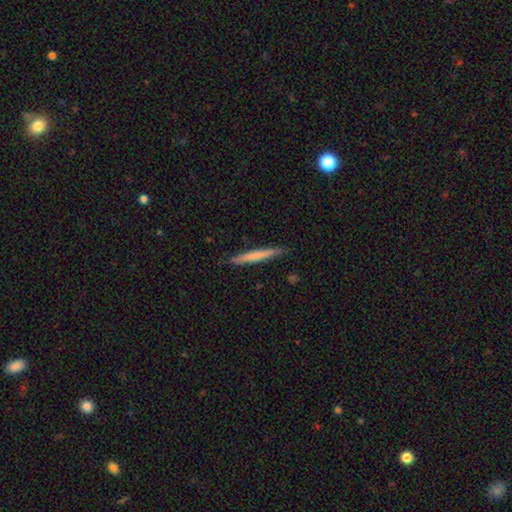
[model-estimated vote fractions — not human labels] A smooth galaxy with no disk features (61%) that is cigar-shaped (96%).

Vote fractions:
- Smooth or featured? smooth: 61% / featured or disk: 34% / star or artifact: 5%
- How rounded? cigar-shaped: 96% / in between: 2% / round: 1%
- Merging? none: 88% / minor disturbance: 9% / major disturbance: 2% / merger: 1%